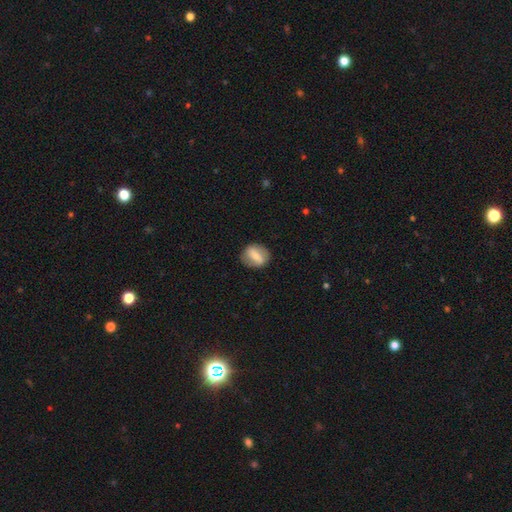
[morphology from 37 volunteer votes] Overall: smooth (65%; featured or disk 30%). How rounded: round (46%, tied with in between). Merging: none (94%).